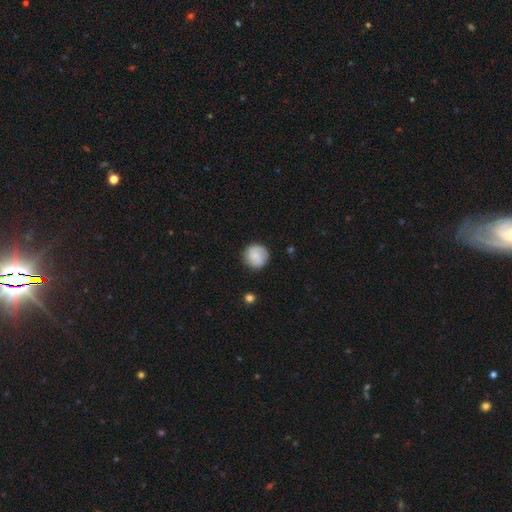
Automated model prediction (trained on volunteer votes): A smooth galaxy with no disk features (79%) that is round (94%). Merging: none (87%).